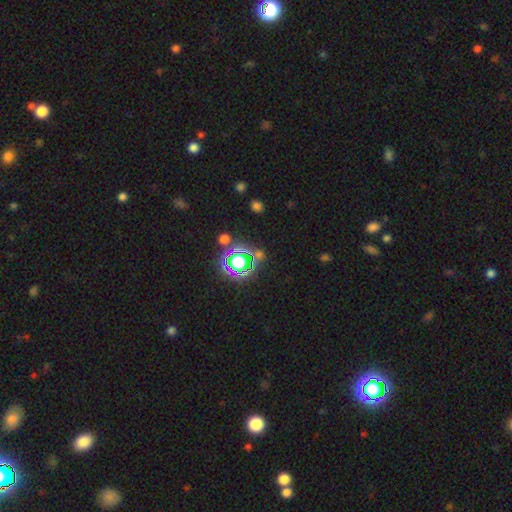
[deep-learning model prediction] Smooth or featured?
  - star or artifact: 66% *
  - smooth: 24%
  - featured or disk: 10%